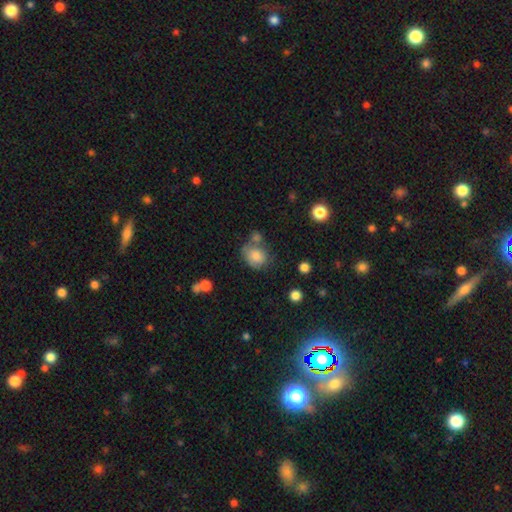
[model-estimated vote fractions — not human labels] The model was most divided on "how rounded": round: 56%, in between: 43%, cigar-shaped: 1%. Remaining: smooth or featured — smooth (78%); merging — none (47%).